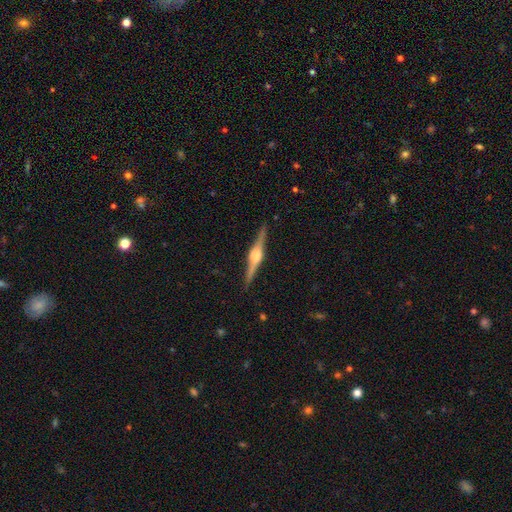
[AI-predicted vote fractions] featured or disk 85%, smooth 10%, star or artifact 5%. Down the decision tree: edge-on disk — yes (98%); edge-on bulge — rounded (90%); merging — none (91%).